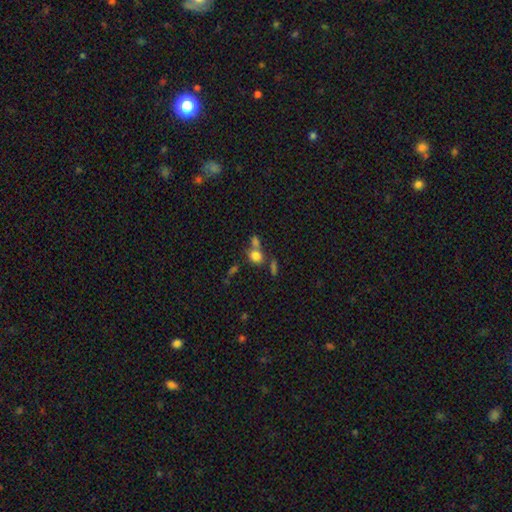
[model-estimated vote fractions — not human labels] Smooth or featured?
  - smooth: 76% *
  - star or artifact: 14%
  - featured or disk: 10%
How rounded?
  - round: 64% *
  - in between: 34%
  - cigar-shaped: 2%
Merging?
  - none: 48% *
  - merger: 34%
  - minor disturbance: 11%
  - major disturbance: 6%